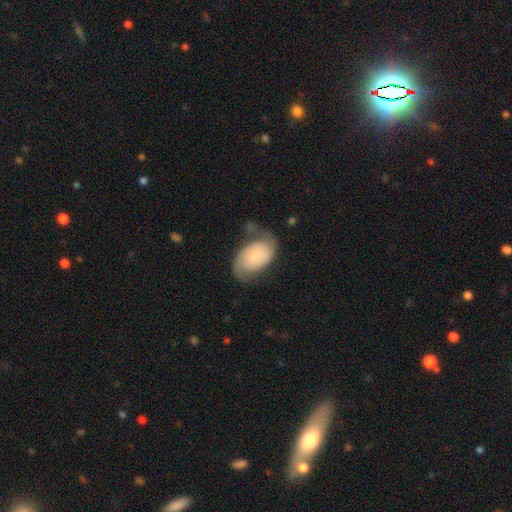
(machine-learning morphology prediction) featured or disk 59%, smooth 34%, star or artifact 7%. Down the decision tree: edge-on disk — no (97%); bar — no (75%); spiral arms — yes (89%); spiral arm count — 2 (86%); spiral winding — medium (38%); bulge size — small (56%); merging — none (51%).